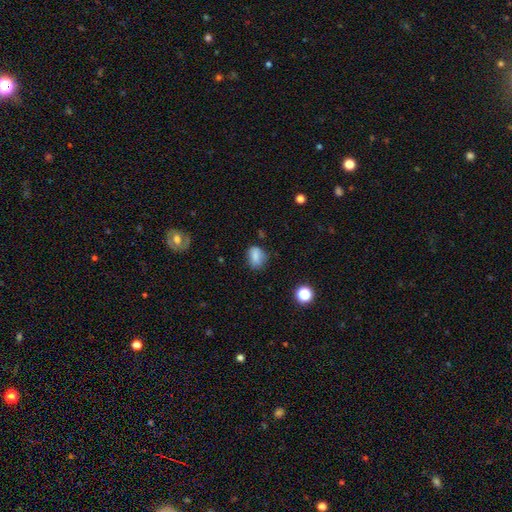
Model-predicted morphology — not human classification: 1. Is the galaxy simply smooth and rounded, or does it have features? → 79% smooth, 11% star or artifact, 10% featured or disk.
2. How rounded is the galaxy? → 63% in between, 35% round, 2% cigar-shaped.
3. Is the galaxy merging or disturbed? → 65% none, 25% minor disturbance, 7% major disturbance, 3% merger.